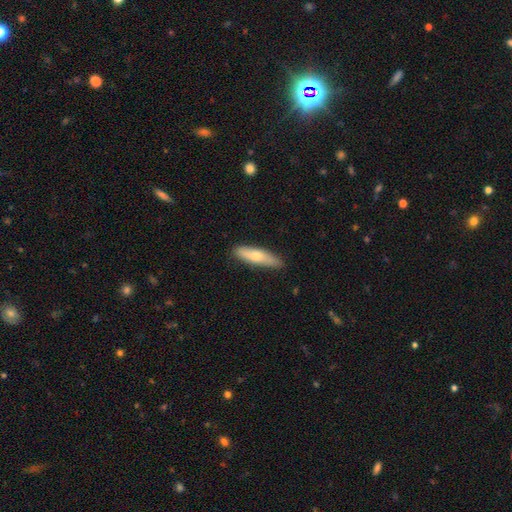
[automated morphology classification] This appears to be a smooth galaxy with no disk features (63%) that is cigar-shaped (74%). Merging: none (85%).